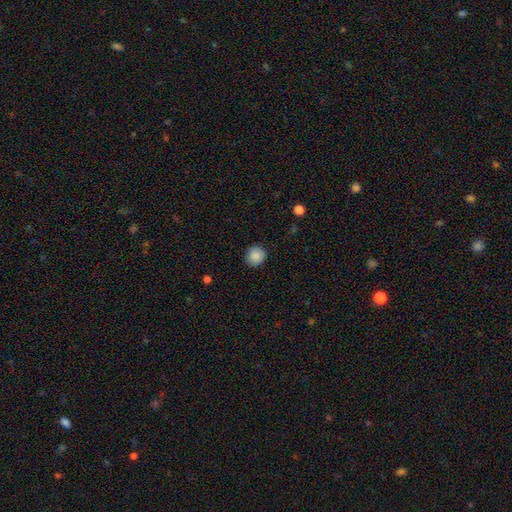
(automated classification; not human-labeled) This appears to be a smooth galaxy with no disk features (87%) that is round (84%). Merging: none (86%).